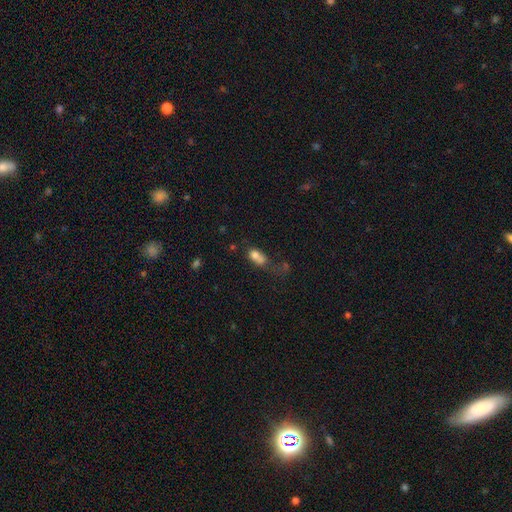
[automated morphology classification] This is likely a smooth galaxy (71%). How rounded: likely in between (63%). Merging: possibly merger (53%).